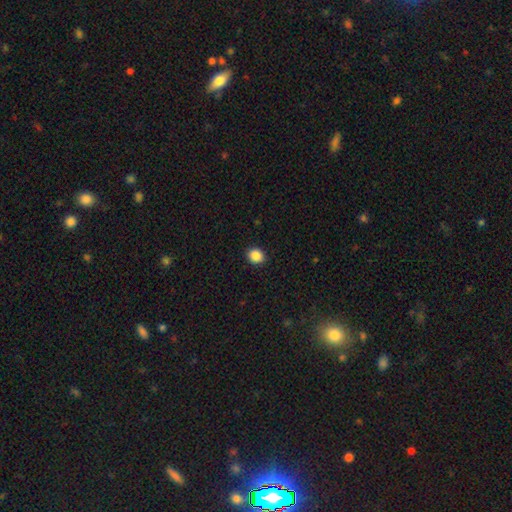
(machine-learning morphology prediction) Smooth or featured?
  - smooth: 88% *
  - star or artifact: 9%
  - featured or disk: 3%
How rounded?
  - round: 71% *
  - in between: 28%
  - cigar-shaped: 1%
Merging?
  - none: 92% *
  - minor disturbance: 6%
  - major disturbance: 2%
  - merger: 1%